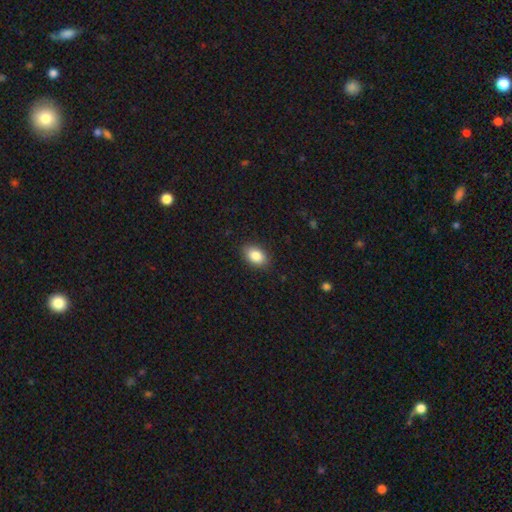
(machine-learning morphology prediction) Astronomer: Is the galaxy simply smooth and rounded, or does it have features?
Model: smooth — 86%.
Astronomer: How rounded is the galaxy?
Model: in between — 87%.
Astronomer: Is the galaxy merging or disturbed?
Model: none — 87%.